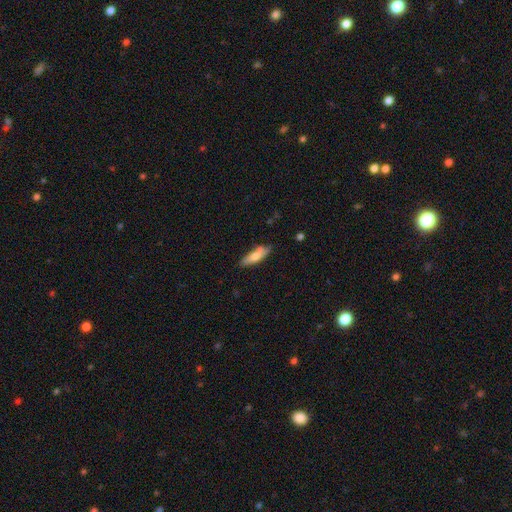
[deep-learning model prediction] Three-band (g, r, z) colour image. It shows a smooth galaxy with no disk features (68%) that is cigar-shaped (59%). Merging: none (75%).